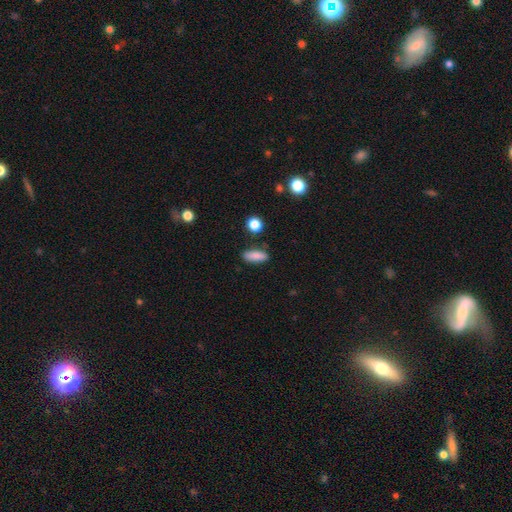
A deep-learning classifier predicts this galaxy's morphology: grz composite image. It shows a smooth galaxy with no disk features (84%) that is in between round and cigar-shaped (68%). Merging: none (82%).